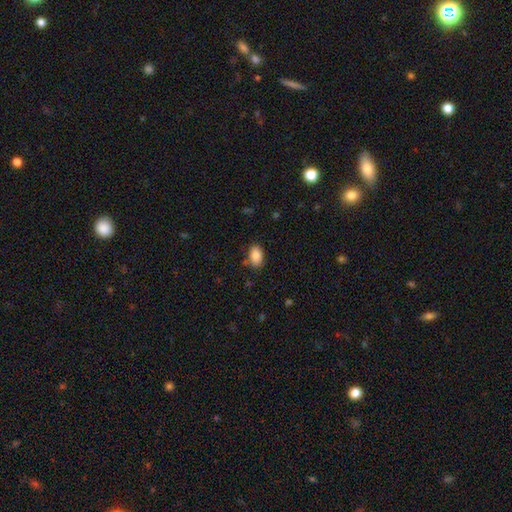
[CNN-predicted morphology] A smooth galaxy with no disk features (87%) that is in between round and cigar-shaped (88%). Merging: none (79%).